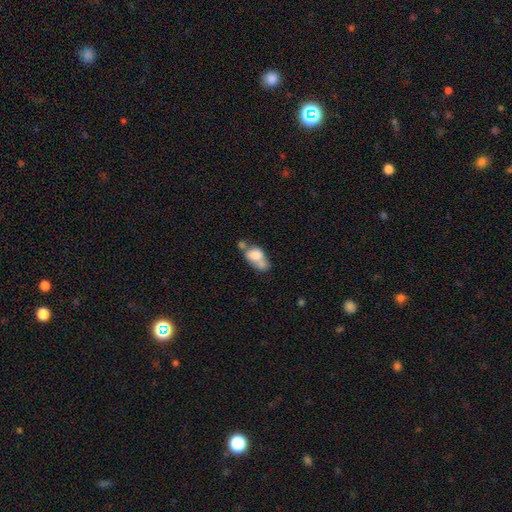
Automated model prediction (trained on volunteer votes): A smooth galaxy with no disk features (69%) that is in between round and cigar-shaped (81%). Merging: merger (59%).